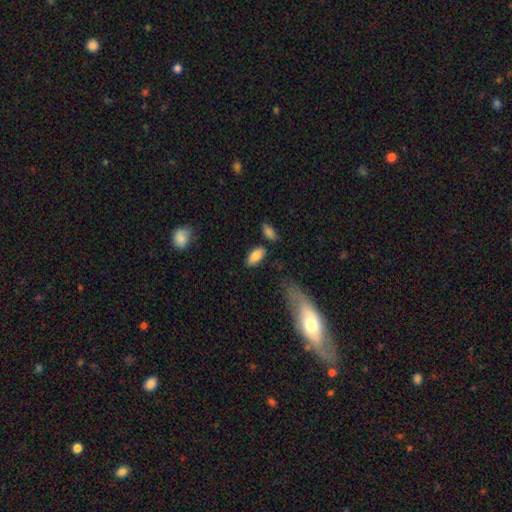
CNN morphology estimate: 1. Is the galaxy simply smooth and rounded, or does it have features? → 84% smooth, 10% featured or disk, 7% star or artifact.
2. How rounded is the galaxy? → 91% in between, 6% cigar-shaped, 3% round.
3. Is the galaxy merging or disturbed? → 76% none, 14% minor disturbance, 6% merger, 4% major disturbance.